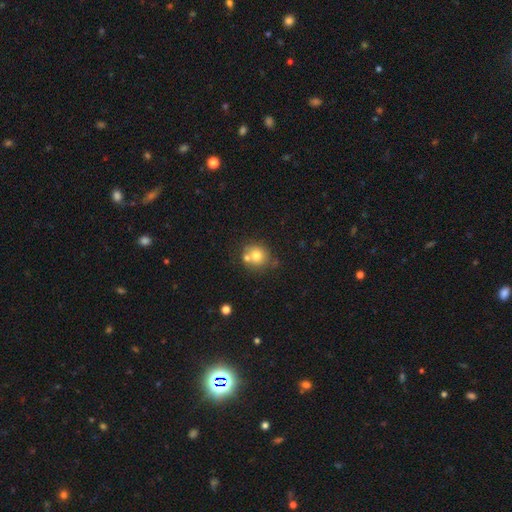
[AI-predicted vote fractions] Smooth or featured? Predicted: smooth (p=0.73). How rounded? Predicted: round (p=0.84). Merging? Predicted: none (p=0.56).